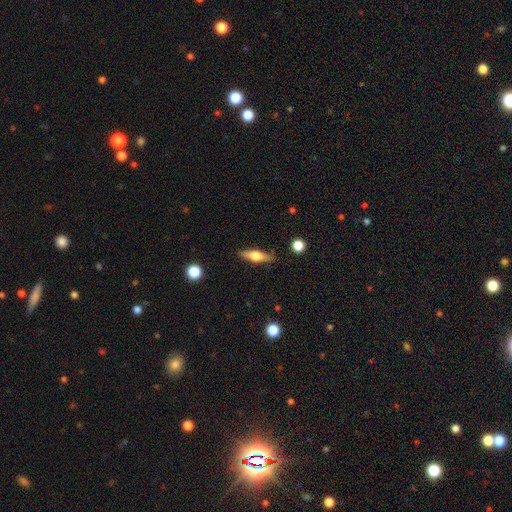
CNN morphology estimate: A featured or disk galaxy (49%). Merging: none (85%).